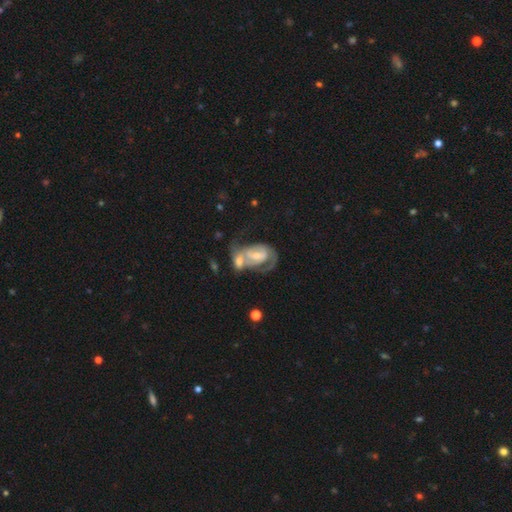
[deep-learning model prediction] A featured or disk galaxy (77%) with a weak bar (46%), 2 (63%) medium (43%) spiral arms (86%) and a small central bulge (45%). Merging: merger (51%).